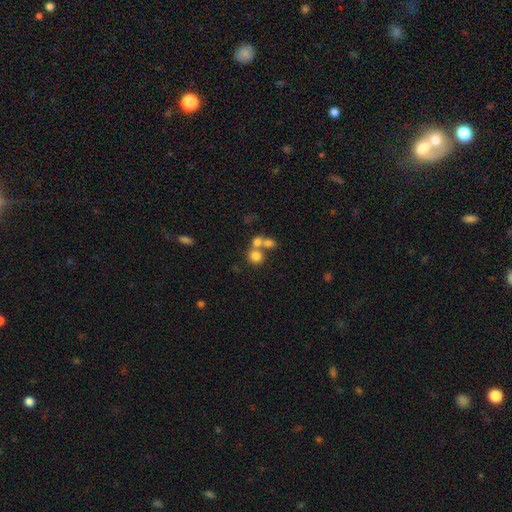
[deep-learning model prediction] This is likely a smooth galaxy (73%). How rounded: clearly round (83%). Merging: possibly merger (45%).